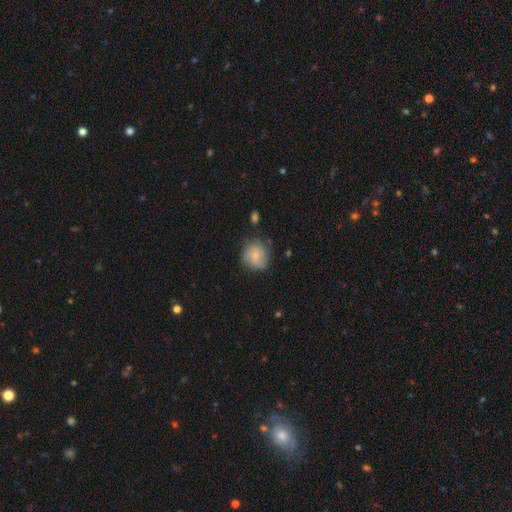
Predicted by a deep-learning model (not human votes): smooth_or_featured: smooth (p=0.69) [alt: featured or disk p=0.24]
how_rounded: round (p=0.83) [alt: in between p=0.16]
merging: none (p=0.67) [alt: minor disturbance p=0.24]